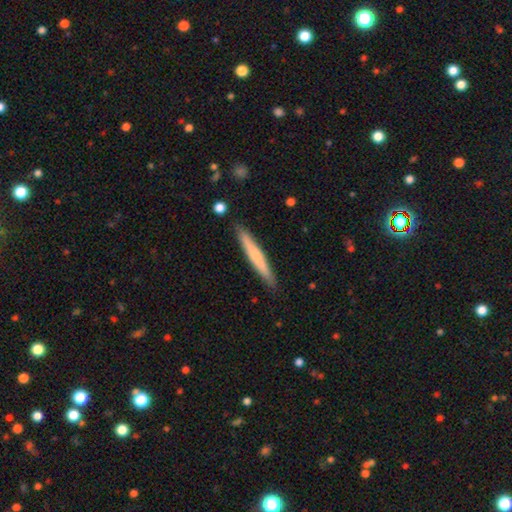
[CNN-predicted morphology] Q: Smooth or featured?
A: smooth (61%); runner-up: featured or disk (34%)
Q: How rounded?
A: cigar-shaped (96%); runner-up: in between (3%)
Q: Merging?
A: none (90%); runner-up: minor disturbance (7%)